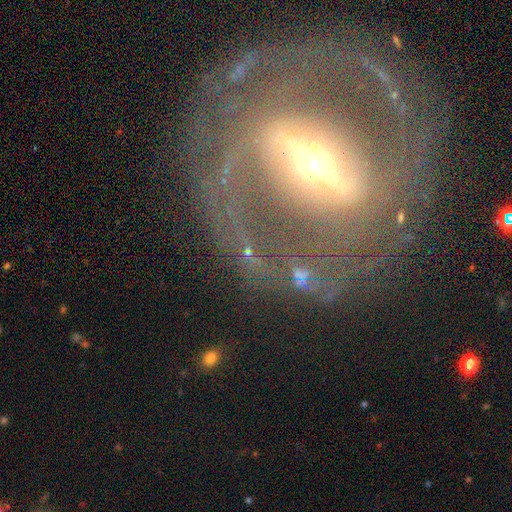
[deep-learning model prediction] smooth-or-featured: featured or disk: 79% | star or artifact: 11% | smooth: 10%
  disk-edge-on: no: 79% | yes: 21%
    bar: strong: 67% | weak: 18% | no: 15%
    has-spiral-arms: yes: 65% | no: 35%
    bulge-size: moderate: 58% | small: 21% | large: 15% | dominant: 4% | none: 2%
  merging: none: 63% | major disturbance: 20% | minor disturbance: 13% | merger: 5%